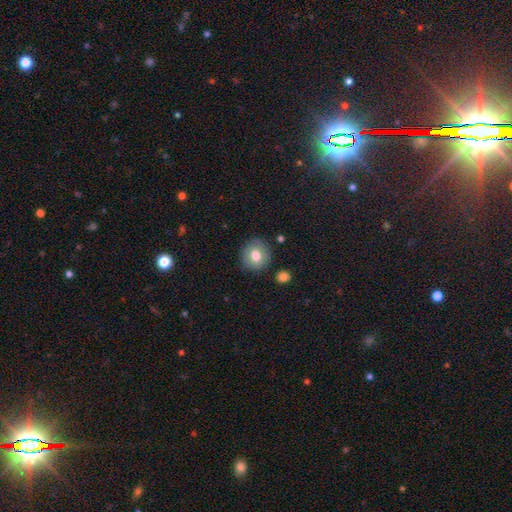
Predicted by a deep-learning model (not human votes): The model was most divided on "smooth or featured": smooth: 76%, featured or disk: 15%, star or artifact: 9%. More confident: merging — none (84%); how rounded — round (80%).